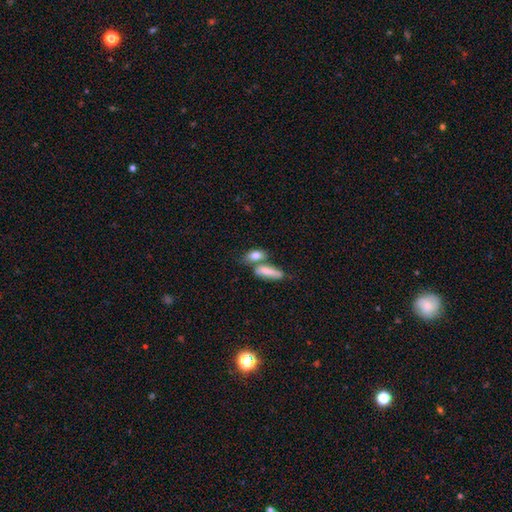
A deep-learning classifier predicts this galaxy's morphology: smooth_or_featured: smooth (p=0.80) [alt: featured or disk p=0.13]
how_rounded: in between (p=0.74) [alt: cigar-shaped p=0.17]
merging: none (p=0.42) [alt: merger p=0.41]